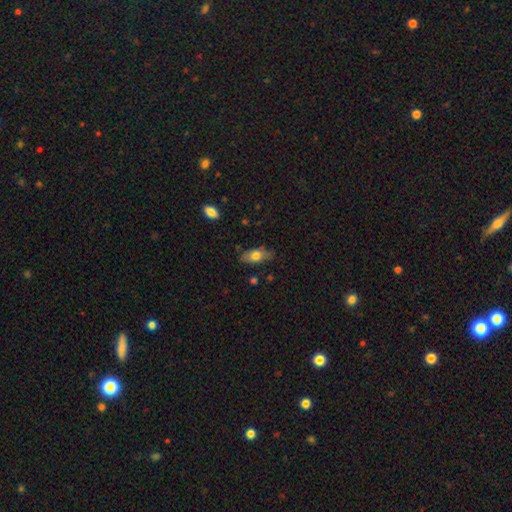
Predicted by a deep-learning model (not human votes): smooth-or-featured: smooth: 69% | featured or disk: 23% | star or artifact: 7%
  how-rounded: in between: 84% | cigar-shaped: 12% | round: 5%
  merging: none: 74% | minor disturbance: 20% | major disturbance: 4% | merger: 2%